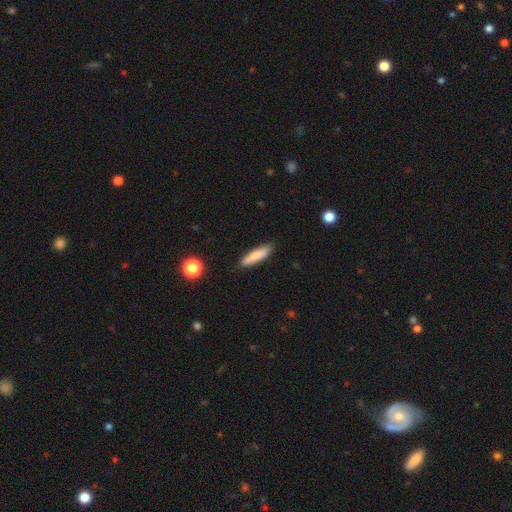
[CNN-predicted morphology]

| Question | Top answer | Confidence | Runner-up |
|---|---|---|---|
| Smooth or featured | smooth | 81% | featured or disk (13%) |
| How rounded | cigar-shaped | 75% | in between (23%) |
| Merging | none | 86% | minor disturbance (10%) |